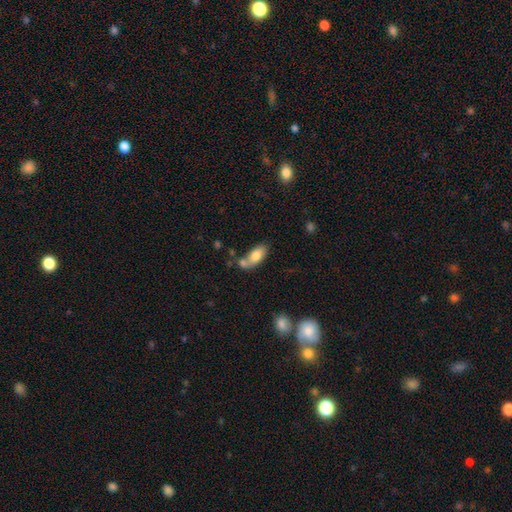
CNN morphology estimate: Q: Smooth or featured?
A: smooth (77%); runner-up: featured or disk (16%)
Q: How rounded?
A: in between (86%); runner-up: cigar-shaped (11%)
Q: Merging?
A: none (45%); runner-up: merger (32%)